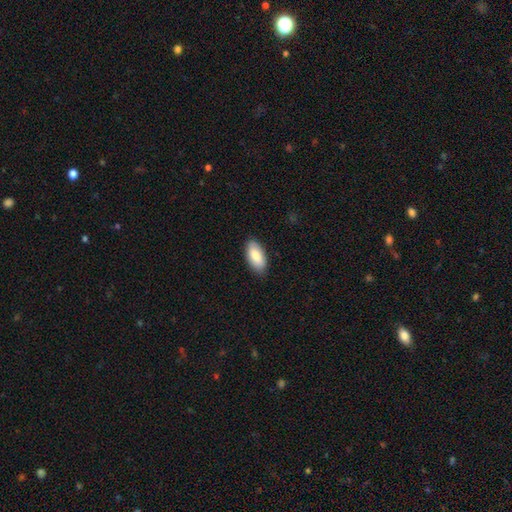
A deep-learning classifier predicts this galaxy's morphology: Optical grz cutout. It shows a smooth galaxy with no disk features (82%) that is in between round and cigar-shaped (92%). Merging: none (86%).